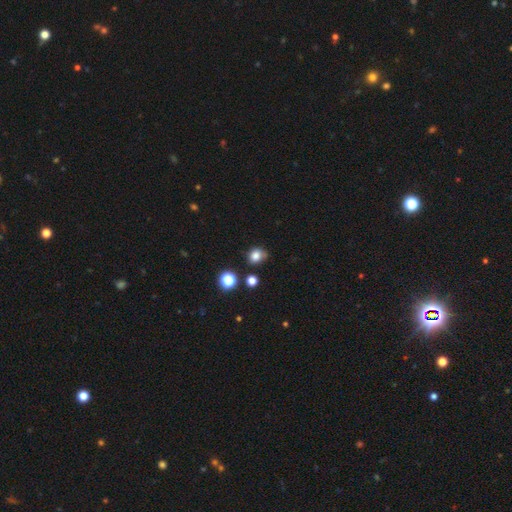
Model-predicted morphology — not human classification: Overall: smooth (80%). How rounded: round (72%). Merging: none (66%).